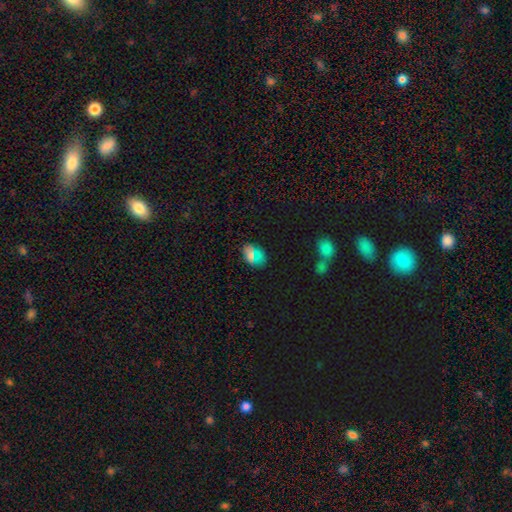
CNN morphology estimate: smooth 66%, star or artifact 25%, featured or disk 9%. Down the decision tree: how rounded — in between (84%); merging — none (78%).